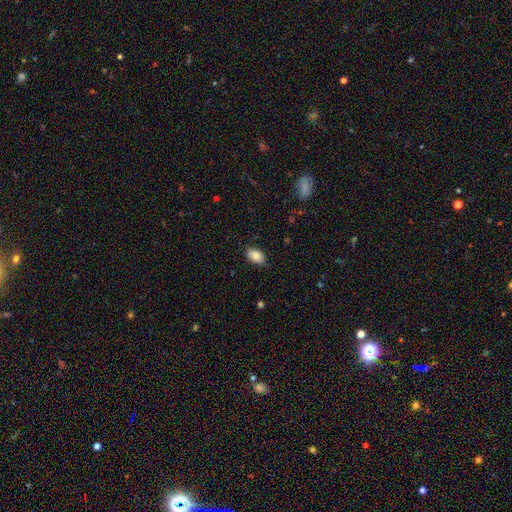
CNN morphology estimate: smooth-or-featured: smooth: 85% | star or artifact: 7% | featured or disk: 7%
  how-rounded: in between: 91% | round: 8% | cigar-shaped: 2%
  merging: none: 80% | minor disturbance: 17% | major disturbance: 3% | merger: 1%